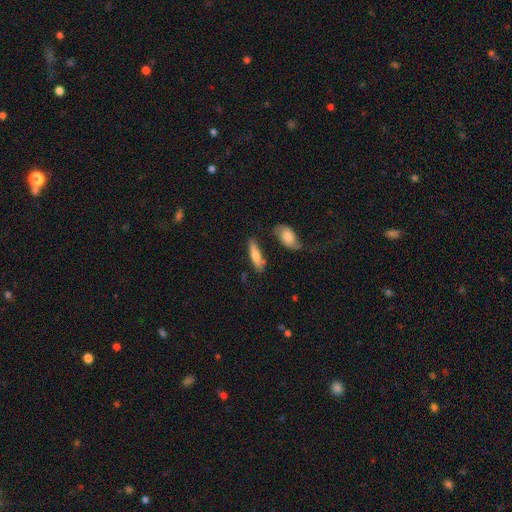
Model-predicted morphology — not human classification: This is likely a smooth galaxy (63%). How rounded: likely cigar-shaped (60%). Merging: likely none (70%).